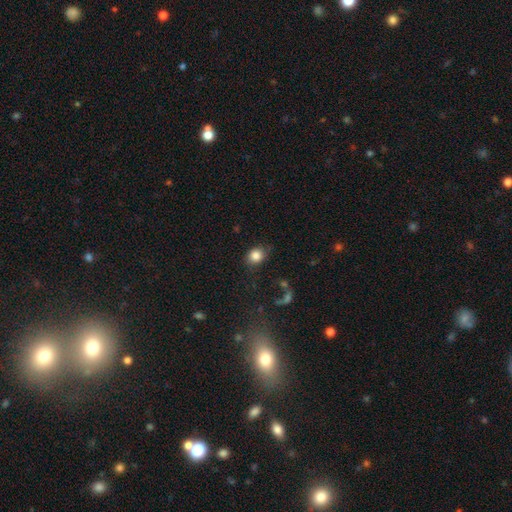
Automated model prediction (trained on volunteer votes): Smooth or featured: smooth — 84% (star or artifact — 9%)
How rounded: round — 61% (in between — 38%)
Merging: none — 74% (minor disturbance — 18%)